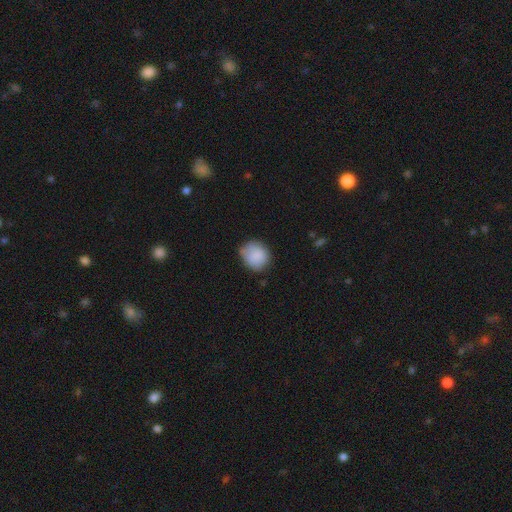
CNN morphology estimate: Smooth or featured? smooth (85%)
How rounded? round (77%)
Merging? none (66%)